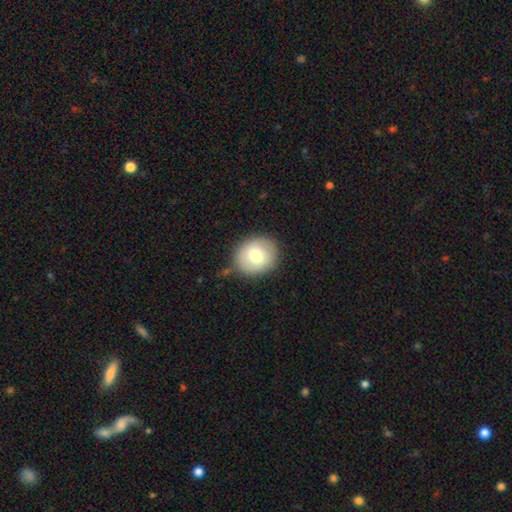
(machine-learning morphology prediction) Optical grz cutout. It shows a smooth galaxy with no disk features (73%) that is round (80%). Merging: none (83%).